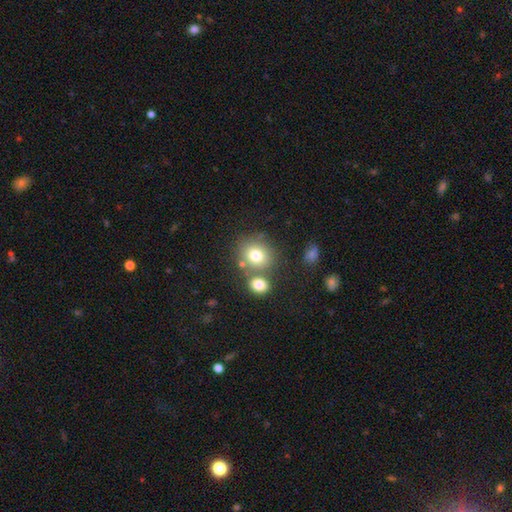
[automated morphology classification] A smooth galaxy with no disk features (77%) that is round (75%). Merging: none (61%).